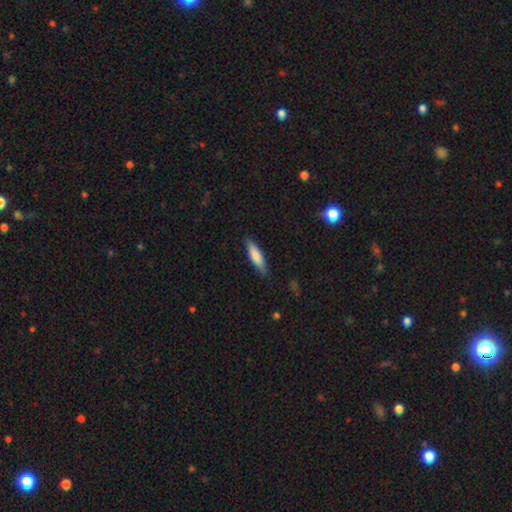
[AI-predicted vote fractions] Smooth or featured? smooth (77%)
How rounded? cigar-shaped (68%)
Merging? none (85%)